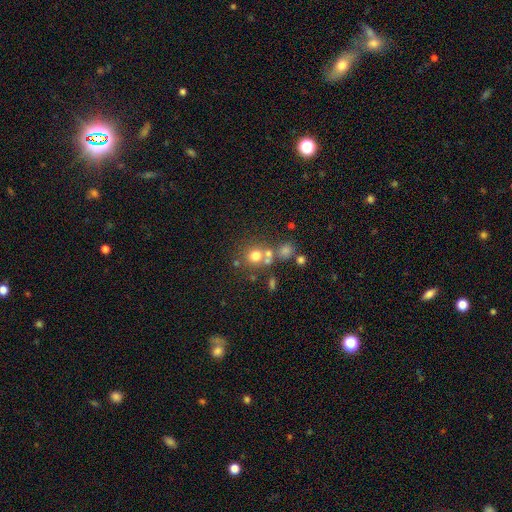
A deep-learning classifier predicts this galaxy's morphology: smooth-or-featured: smooth: 67% | star or artifact: 17% | featured or disk: 16%
  how-rounded: round: 86% | in between: 13% | cigar-shaped: 1%
  merging: none: 54% | merger: 32% | minor disturbance: 9% | major disturbance: 5%